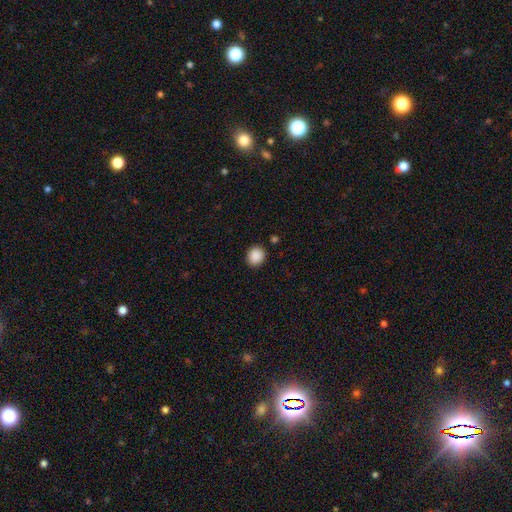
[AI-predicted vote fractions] smooth 89%, star or artifact 9%, featured or disk 2%. Down the decision tree: how rounded — round (75%); merging — none (90%).